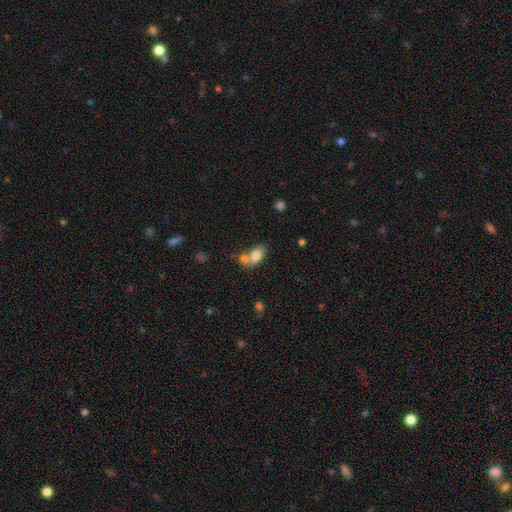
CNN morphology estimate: Smooth or featured?
  - smooth: 76% *
  - featured or disk: 15%
  - star or artifact: 8%
How rounded?
  - in between: 81% *
  - round: 17%
  - cigar-shaped: 2%
Merging?
  - merger: 50% *
  - none: 34%
  - minor disturbance: 11%
  - major disturbance: 4%